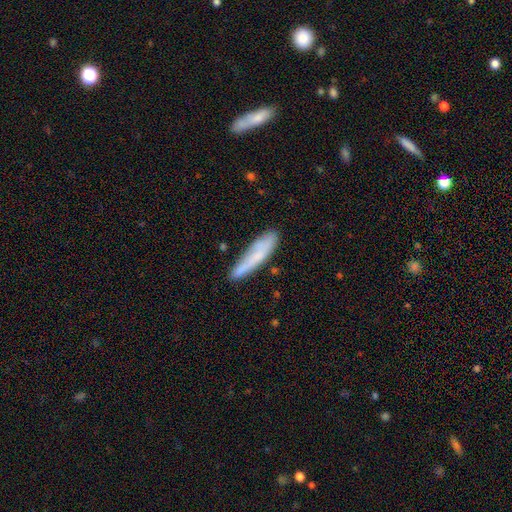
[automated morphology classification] type=smooth (65%); roundness=cigar-shaped (87%); merging=none (73%).